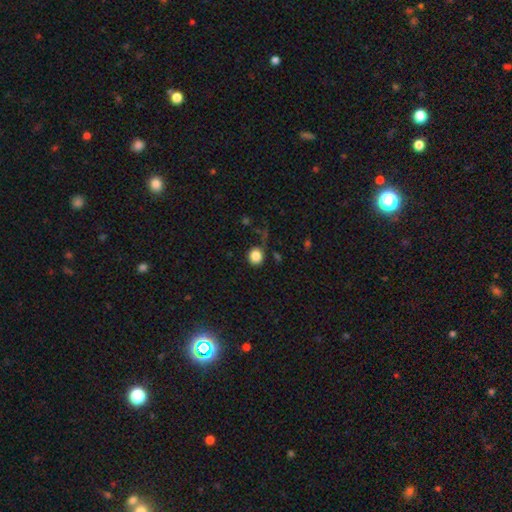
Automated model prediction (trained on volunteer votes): The model was most divided on "merging": none: 68%, minor disturbance: 17%, major disturbance: 10%, merger: 5%. More confident: how rounded — round (88%); smooth or featured — smooth (85%).